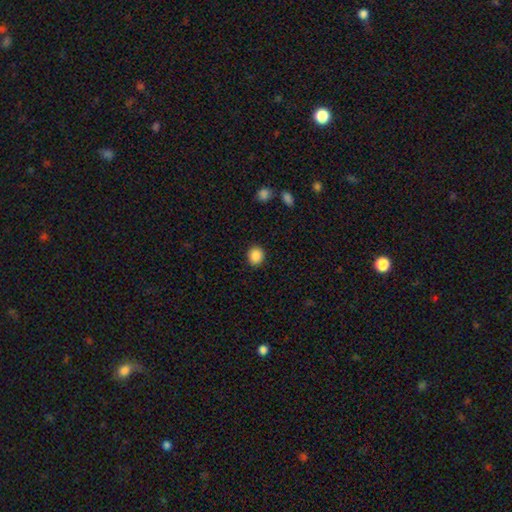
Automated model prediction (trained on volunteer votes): smooth 88%, star or artifact 9%, featured or disk 3%. Down the decision tree: how rounded — round (79%); merging — none (91%).